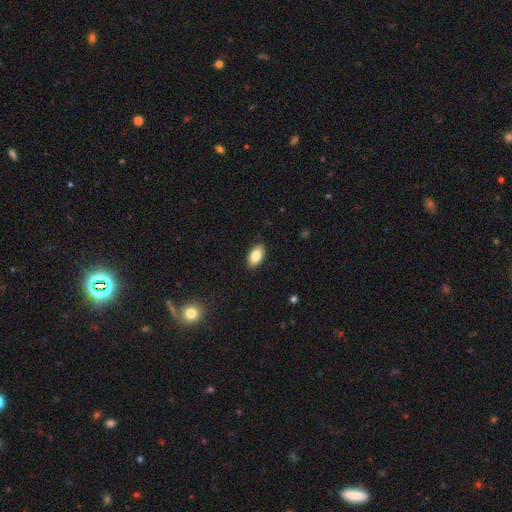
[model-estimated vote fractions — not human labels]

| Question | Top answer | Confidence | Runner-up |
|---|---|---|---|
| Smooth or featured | smooth | 82% | featured or disk (11%) |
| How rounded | in between | 93% | round (4%) |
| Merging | none | 89% | minor disturbance (8%) |